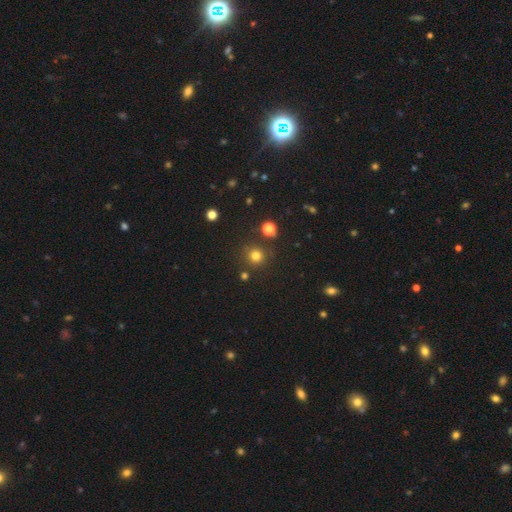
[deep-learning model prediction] Overall: smooth (77%). How rounded: round (93%). Merging: none (84%).